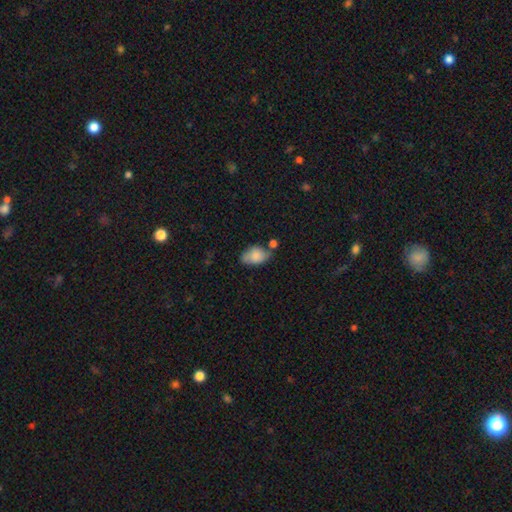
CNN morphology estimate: Smooth or featured: smooth — 77% (featured or disk — 15%)
How rounded: in between — 87% (round — 11%)
Merging: none — 48% (minor disturbance — 27%)